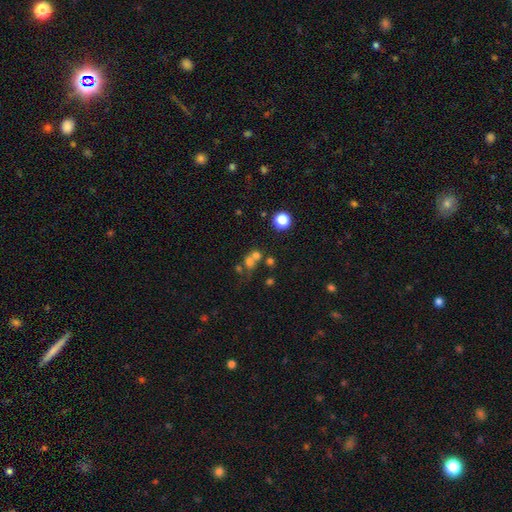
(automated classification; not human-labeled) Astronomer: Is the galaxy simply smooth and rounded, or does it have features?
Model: smooth — 62%.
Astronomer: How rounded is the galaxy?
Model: round — 76%.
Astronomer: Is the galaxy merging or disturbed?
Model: merger — 52% (runner-up: none, 34%).